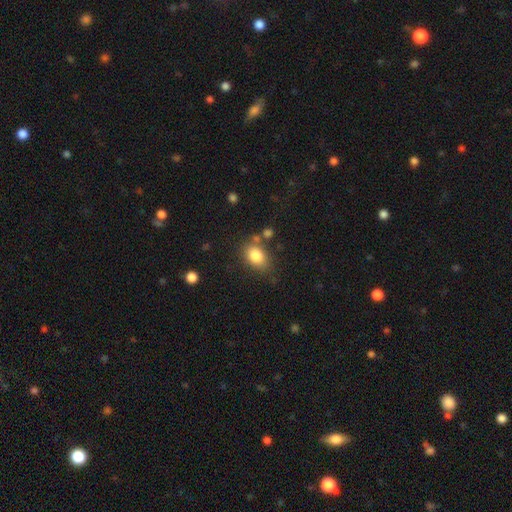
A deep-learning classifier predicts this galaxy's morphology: Smooth or featured?
  - smooth: 83% *
  - star or artifact: 9%
  - featured or disk: 8%
How rounded?
  - in between: 72% *
  - round: 27%
  - cigar-shaped: 1%
Merging?
  - none: 69% *
  - minor disturbance: 17%
  - merger: 9%
  - major disturbance: 6%